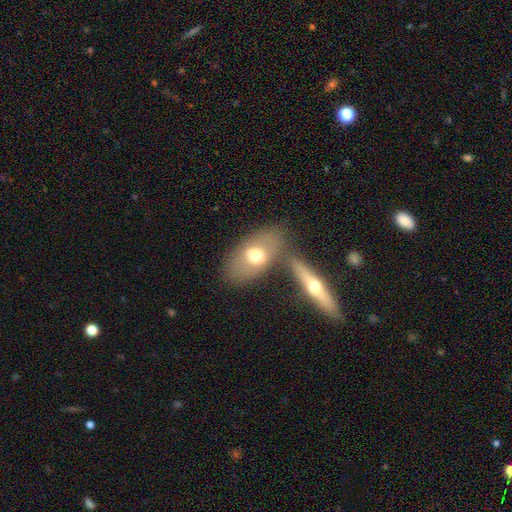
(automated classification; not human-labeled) Overall: smooth (59%; featured or disk 34%). How rounded: in between (87%). Merging: none (50%; merger 31%).